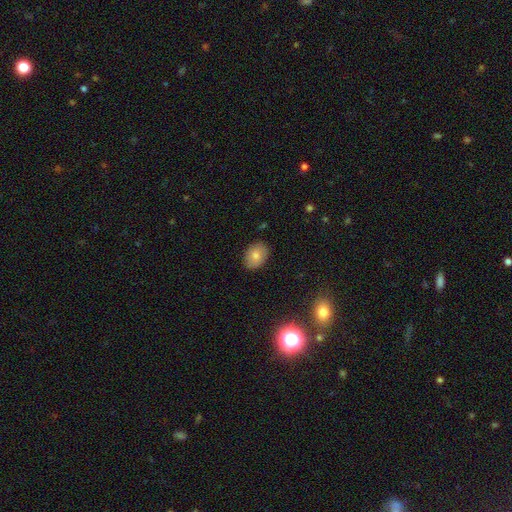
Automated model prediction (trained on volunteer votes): A smooth galaxy with no disk features (77%) that is in between round and cigar-shaped (71%).

Vote fractions:
- Smooth or featured? smooth: 77% / featured or disk: 13% / star or artifact: 10%
- How rounded? in between: 71% / round: 28% / cigar-shaped: 1%
- Merging? none: 86% / minor disturbance: 11% / major disturbance: 2% / merger: 1%